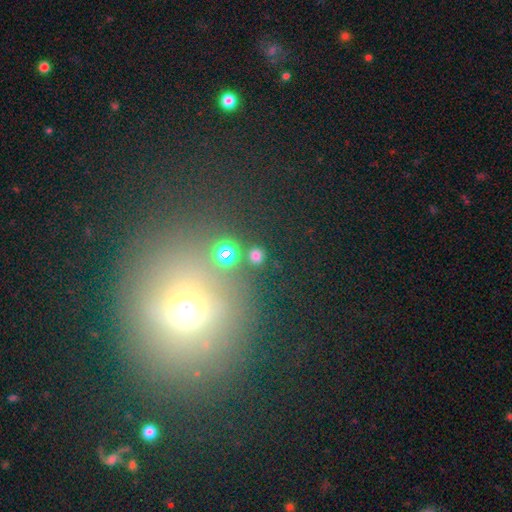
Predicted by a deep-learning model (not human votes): Q: Smooth or featured?
A: smooth (68%); runner-up: star or artifact (26%)
Q: How rounded?
A: round (88%); runner-up: in between (11%)
Q: Merging?
A: none (86%); runner-up: minor disturbance (7%)